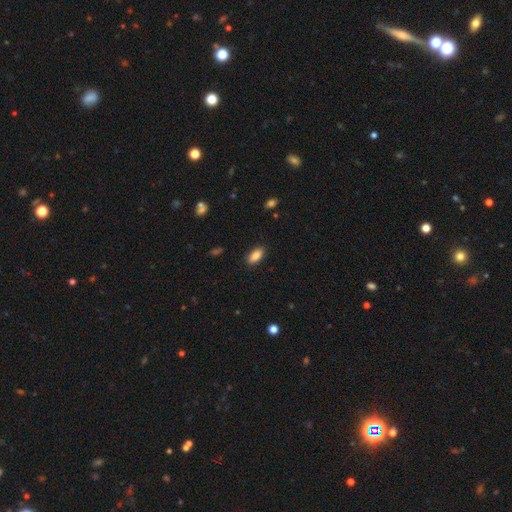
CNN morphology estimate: The model was most divided on "merging": none: 87%, minor disturbance: 9%, major disturbance: 2%, merger: 1%. More confident: how rounded — in between (89%); smooth or featured — smooth (87%).